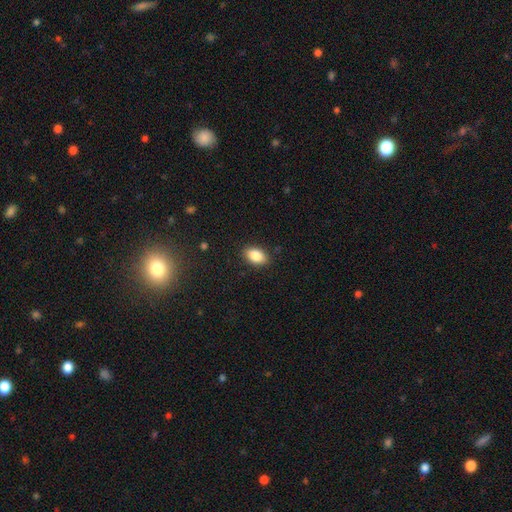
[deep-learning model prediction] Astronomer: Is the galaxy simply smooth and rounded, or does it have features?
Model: smooth — 86%.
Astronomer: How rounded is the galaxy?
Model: in between — 89%.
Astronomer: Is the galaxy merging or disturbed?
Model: none — 87%.